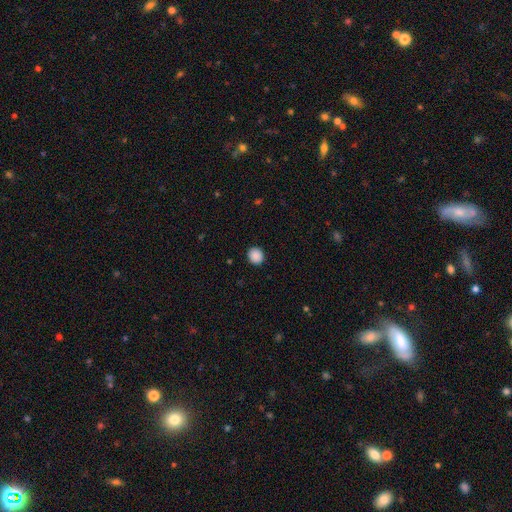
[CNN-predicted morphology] Overall: smooth (89%). How rounded: round (88%). Merging: none (92%).